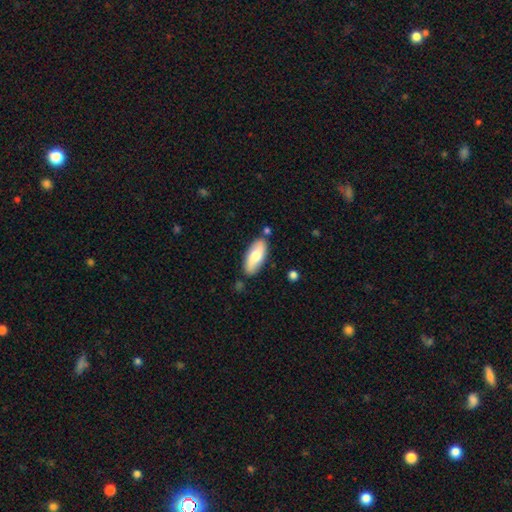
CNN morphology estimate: The model was most divided on "smooth or featured": smooth: 65%, featured or disk: 30%, star or artifact: 5%. More confident: how rounded — in between (82%); merging — none (81%).